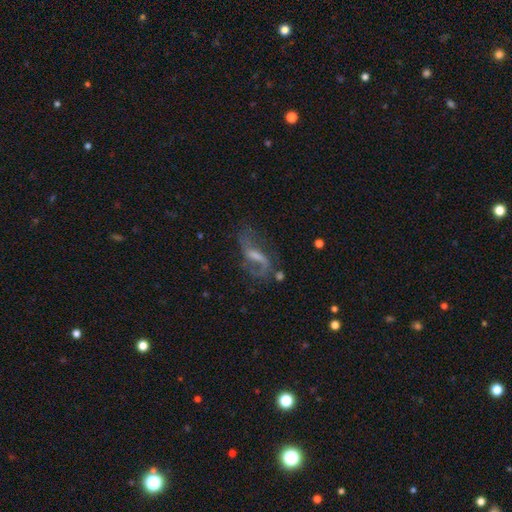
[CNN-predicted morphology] Smooth or featured: featured or disk — 75% (smooth — 13%)
Edge-on disk: no — 91% (yes — 9%)
Bar: weak — 49% (strong — 27%)
Spiral arms: yes — 89% (no — 11%)
Spiral winding: loose — 69% (medium — 24%)
Spiral arm count: 2 — 82% (1 — 7%)
Bulge size: small — 37% (moderate — 32%)
Merging: none — 60% (minor disturbance — 18%)